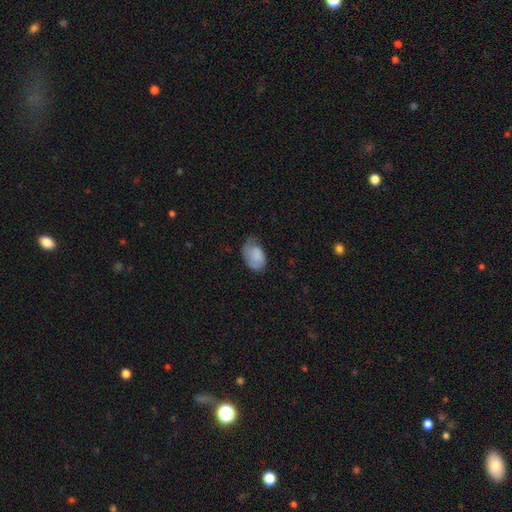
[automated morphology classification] smooth 75%, featured or disk 19%, star or artifact 7%. Down the decision tree: how rounded — in between (90%); merging — none (43%).